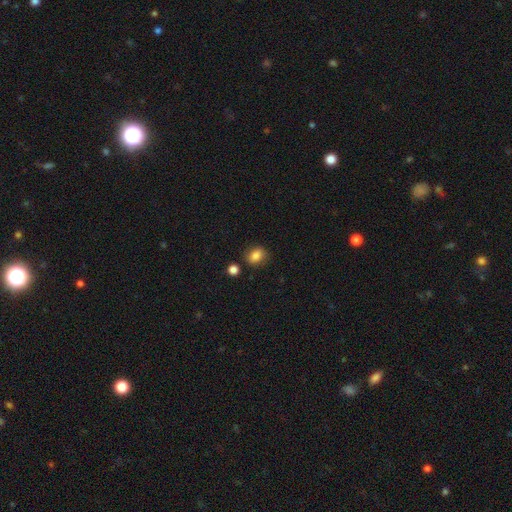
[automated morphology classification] Smooth or featured: smooth — 83% (star or artifact — 10%)
How rounded: in between — 52% (round — 47%)
Merging: none — 77% (minor disturbance — 15%)